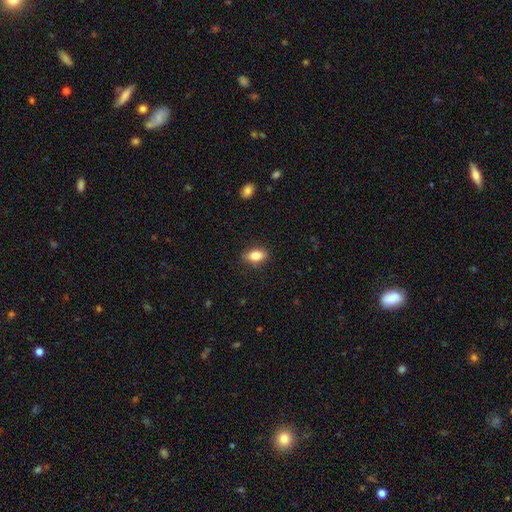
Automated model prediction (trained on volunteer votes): Morphology: type=smooth (83%); roundness=in between (87%); merging=none (85%).